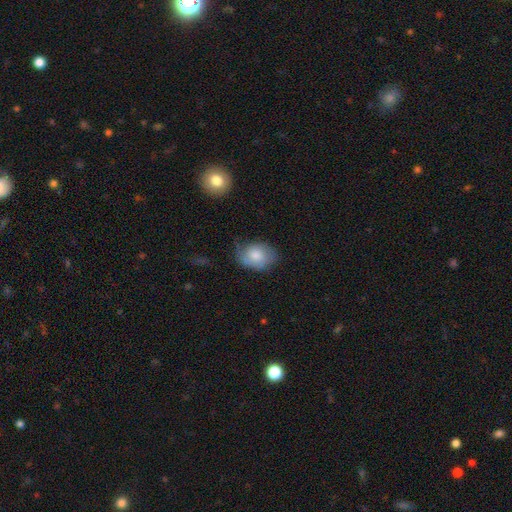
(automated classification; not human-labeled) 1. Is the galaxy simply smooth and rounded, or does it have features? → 70% smooth, 23% featured or disk, 7% star or artifact.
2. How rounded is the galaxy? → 66% in between, 33% round, 1% cigar-shaped.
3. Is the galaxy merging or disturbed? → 50% none, 34% minor disturbance, 14% major disturbance, 2% merger.